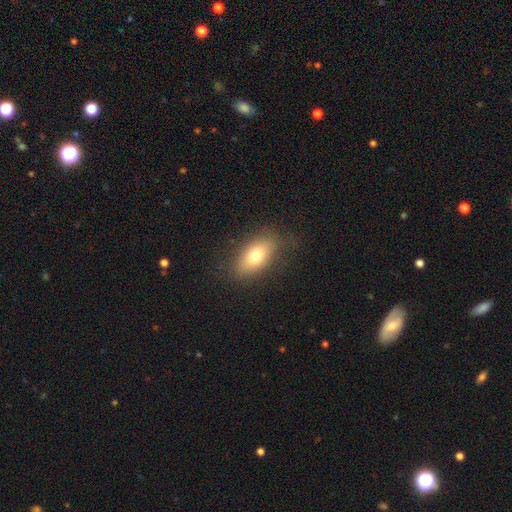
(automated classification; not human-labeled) This appears to be a smooth galaxy with no disk features (73%) that is in between round and cigar-shaped (87%). Merging: none (81%).